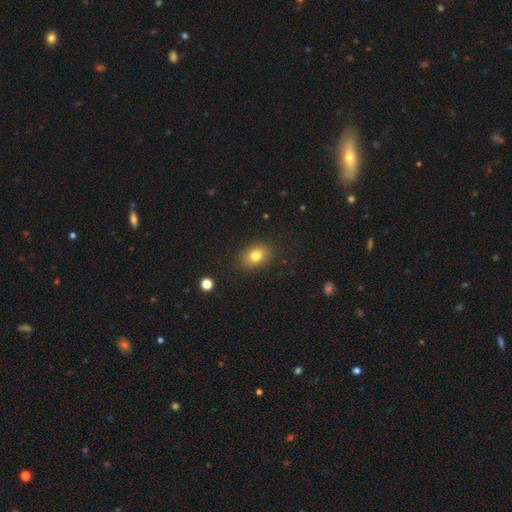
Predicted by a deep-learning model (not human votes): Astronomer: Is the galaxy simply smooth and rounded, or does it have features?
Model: smooth — 80%.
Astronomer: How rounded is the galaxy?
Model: in between — 76%.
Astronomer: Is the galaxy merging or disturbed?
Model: none — 87%.